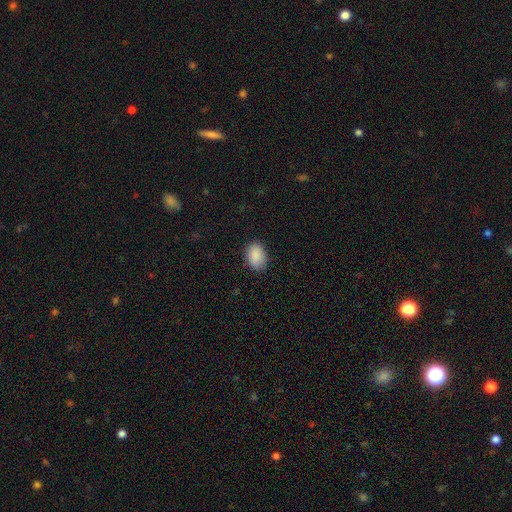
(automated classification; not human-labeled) smooth_or_featured: smooth (p=0.90) [alt: star or artifact p=0.07]
how_rounded: in between (p=0.79) [alt: round p=0.20]
merging: none (p=0.85) [alt: minor disturbance p=0.12]